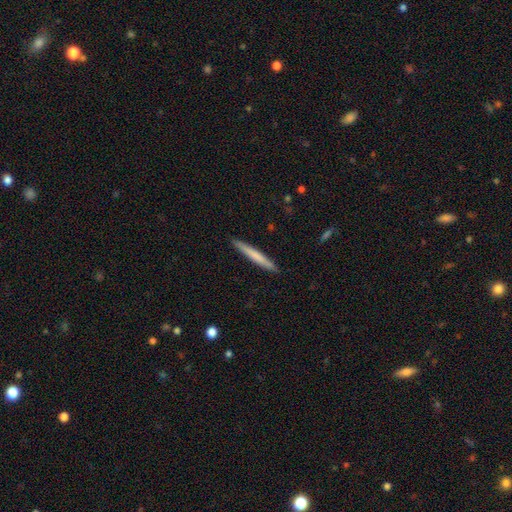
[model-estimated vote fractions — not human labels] Overall: smooth (67%; featured or disk 27%). How rounded: cigar-shaped (96%). Merging: none (91%).